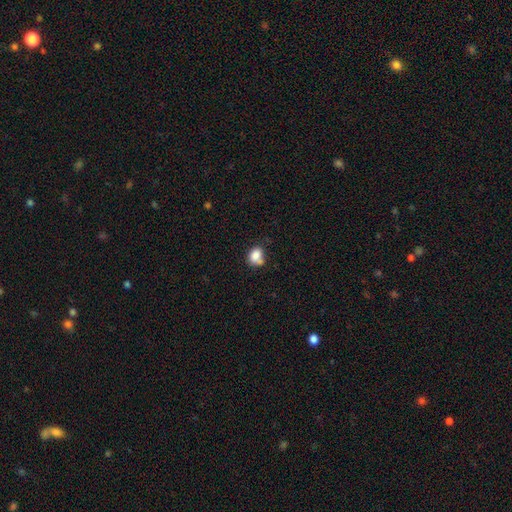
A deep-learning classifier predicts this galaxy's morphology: A smooth galaxy with no disk features (83%) that is round (51%). Merging: none (47%).